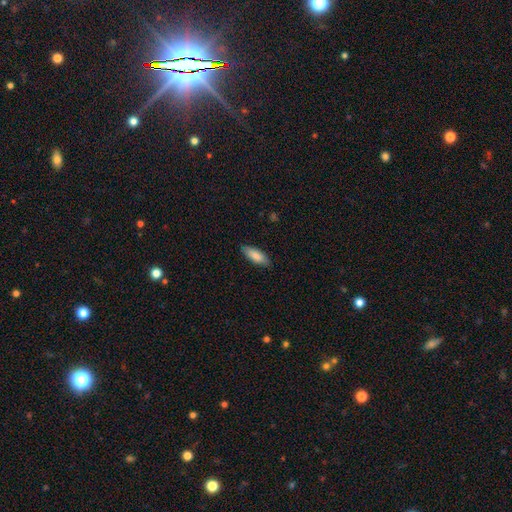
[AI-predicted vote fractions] Smooth or featured? smooth (86%)
How rounded? in between (70%)
Merging? none (86%)